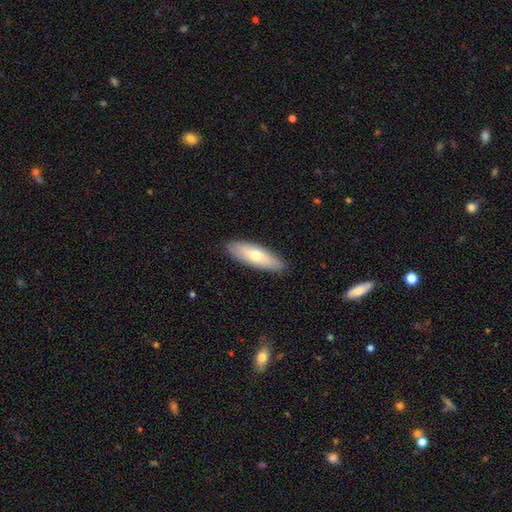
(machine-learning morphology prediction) Overall: smooth (61%; featured or disk 33%). How rounded: in between (55%; cigar-shaped 43%). Merging: none (88%).